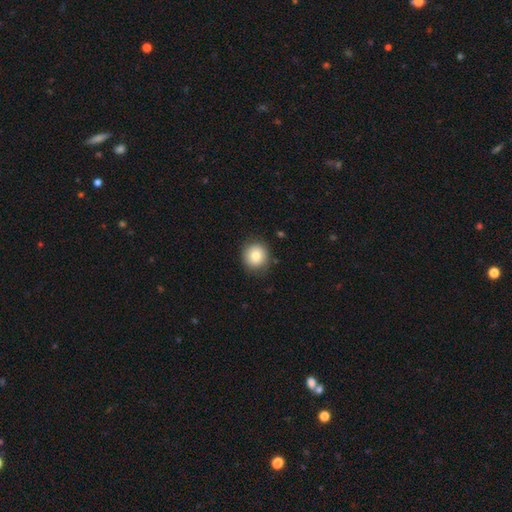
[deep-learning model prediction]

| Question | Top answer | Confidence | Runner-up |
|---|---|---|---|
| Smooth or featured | smooth | 80% | featured or disk (10%) |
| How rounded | round | 90% | in between (10%) |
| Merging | none | 85% | minor disturbance (11%) |